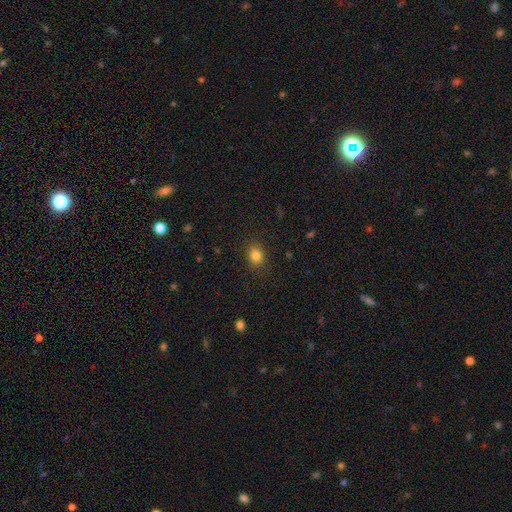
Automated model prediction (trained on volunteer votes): smooth-or-featured: smooth: 83% | star or artifact: 12% | featured or disk: 5%
  how-rounded: round: 62% | in between: 37% | cigar-shaped: 1%
  merging: none: 87% | minor disturbance: 9% | major disturbance: 3% | merger: 1%